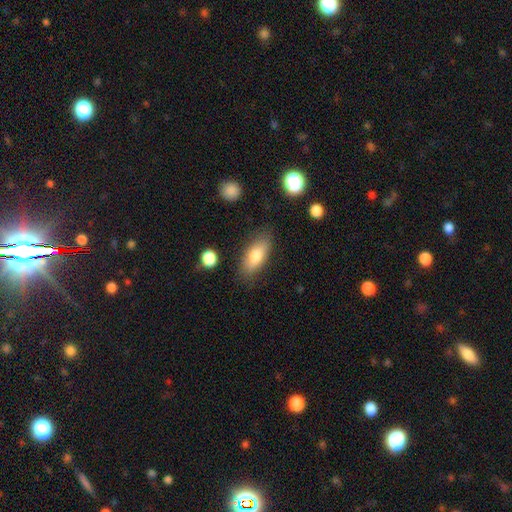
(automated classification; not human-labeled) This appears to be a smooth galaxy with no disk features (77%) that is in between round and cigar-shaped (79%). Merging: none (80%).